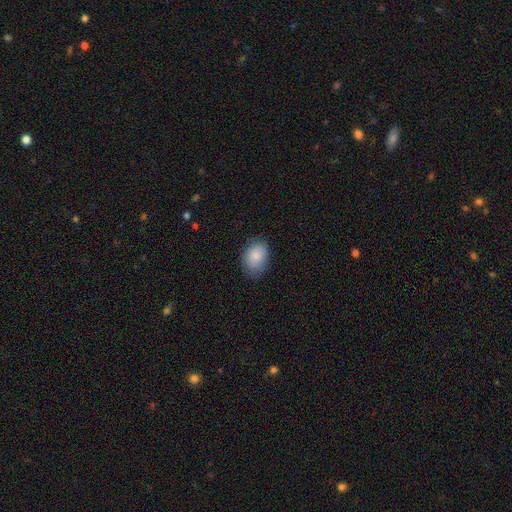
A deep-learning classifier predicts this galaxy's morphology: smooth 85%, featured or disk 8%, star or artifact 7%. Down the decision tree: how rounded — in between (77%); merging — none (77%).